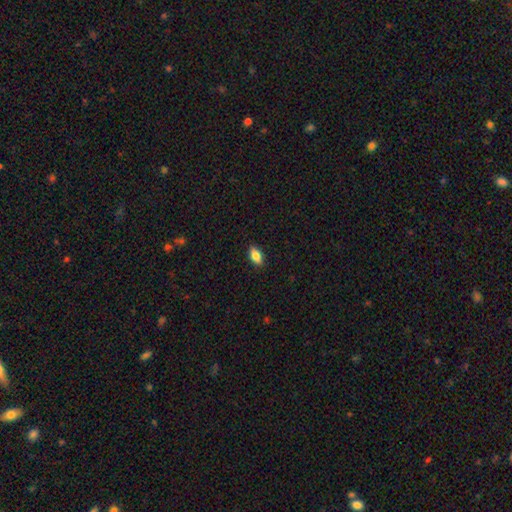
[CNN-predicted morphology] Smooth or featured?
  - smooth: 78% *
  - featured or disk: 14%
  - star or artifact: 8%
How rounded?
  - in between: 86% *
  - cigar-shaped: 9%
  - round: 4%
Merging?
  - none: 87% *
  - minor disturbance: 10%
  - major disturbance: 2%
  - merger: 1%